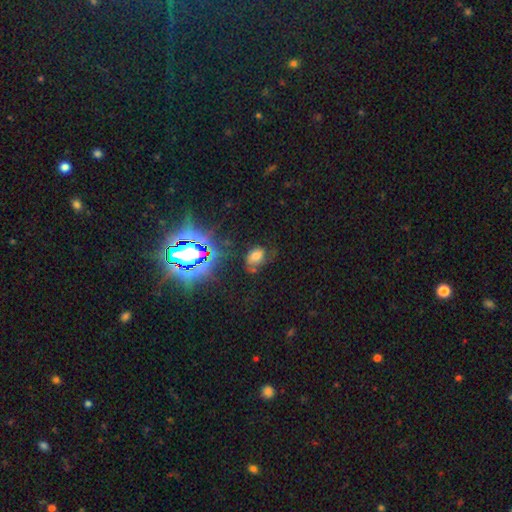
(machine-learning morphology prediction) The model was most divided on "smooth or featured": smooth: 53%, star or artifact: 28%, featured or disk: 19%. More confident: how rounded — in between (79%); merging — none (55%).